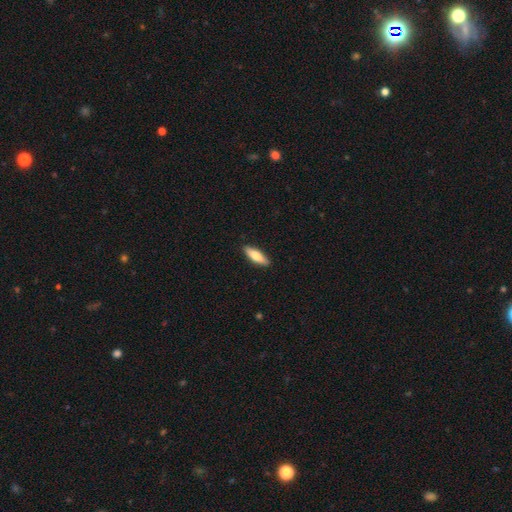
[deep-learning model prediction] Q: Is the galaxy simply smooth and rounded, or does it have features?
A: smooth — 69%.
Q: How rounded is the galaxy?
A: cigar-shaped — 49%, tied with in between.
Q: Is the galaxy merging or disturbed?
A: none — 90%.